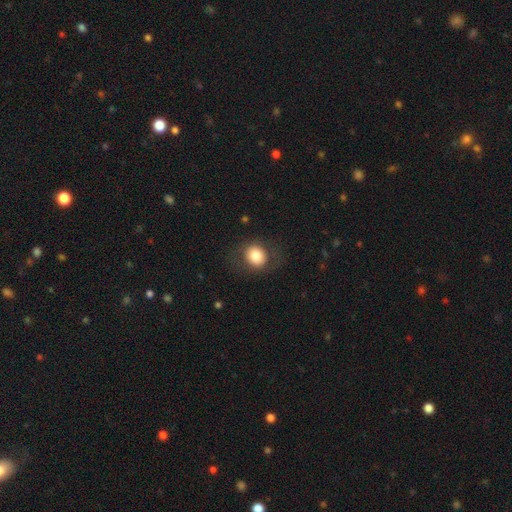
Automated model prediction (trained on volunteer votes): A smooth galaxy with no disk features (79%) that is round (70%). Merging: none (79%).